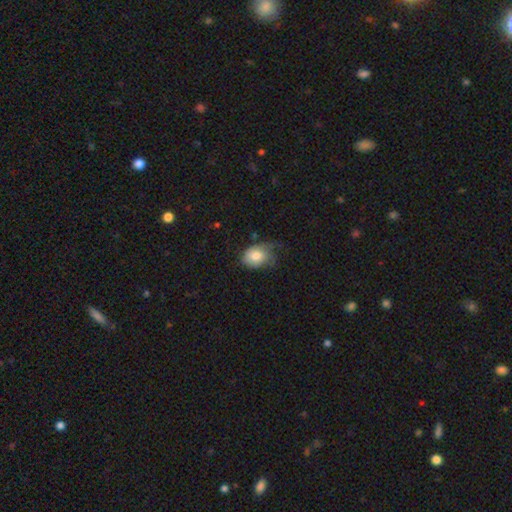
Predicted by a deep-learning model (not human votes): This appears to be a smooth galaxy with no disk features (76%) that is in between round and cigar-shaped (64%). Merging: minor disturbance (40%).